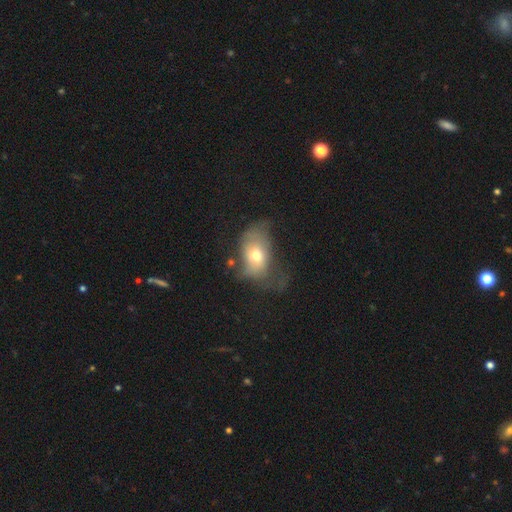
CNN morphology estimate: The model was most divided on "merging": major disturbance: 36%, minor disturbance: 30%, none: 30%, merger: 4%. More confident: how rounded — in between (77%); smooth or featured — smooth (62%).